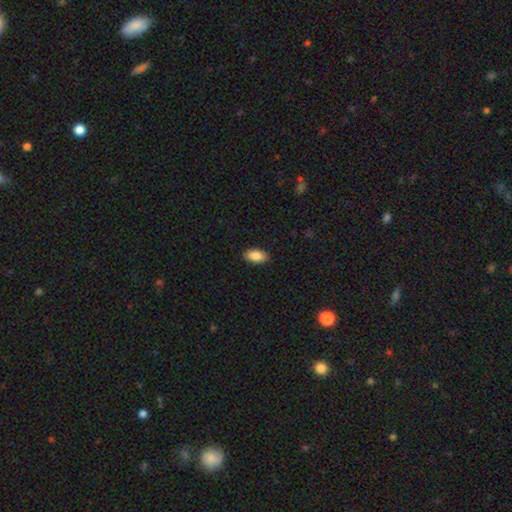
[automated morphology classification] Smooth or featured: smooth — 88% (star or artifact — 7%)
How rounded: in between — 93% (cigar-shaped — 4%)
Merging: none — 89% (minor disturbance — 8%)